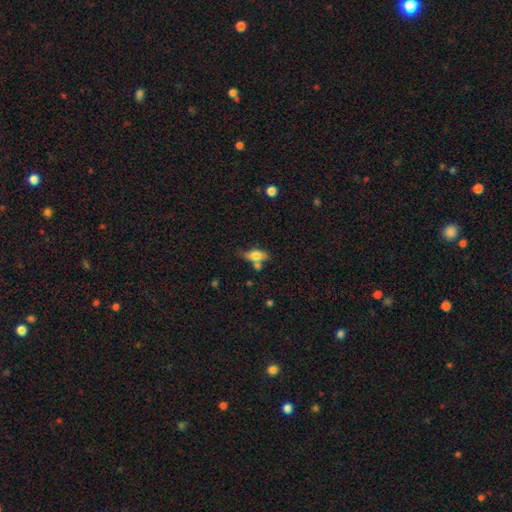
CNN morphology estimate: smooth-or-featured: smooth: 70% | featured or disk: 21% | star or artifact: 9%
  how-rounded: in between: 78% | cigar-shaped: 15% | round: 7%
  merging: none: 50% | merger: 22% | minor disturbance: 21% | major disturbance: 8%